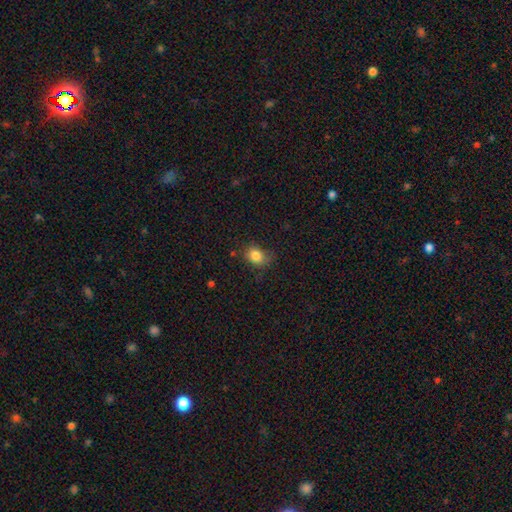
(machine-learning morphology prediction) smooth-or-featured: smooth: 83% | star or artifact: 10% | featured or disk: 7%
  how-rounded: in between: 53% | round: 46% | cigar-shaped: 1%
  merging: none: 67% | minor disturbance: 24% | major disturbance: 6% | merger: 2%